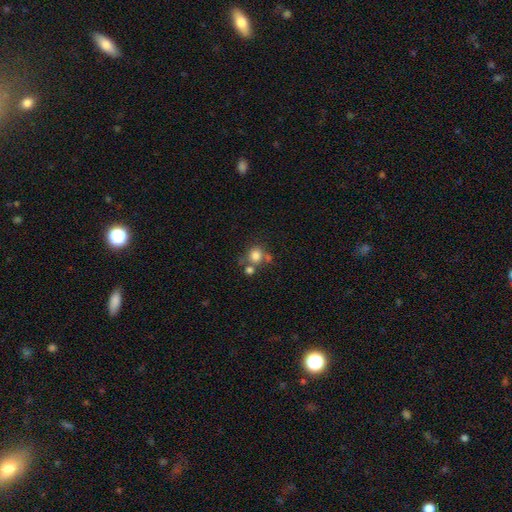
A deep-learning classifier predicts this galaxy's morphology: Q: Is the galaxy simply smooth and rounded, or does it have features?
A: smooth — 79%.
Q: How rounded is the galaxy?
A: round — 86%.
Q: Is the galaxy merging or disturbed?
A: none — 54%.